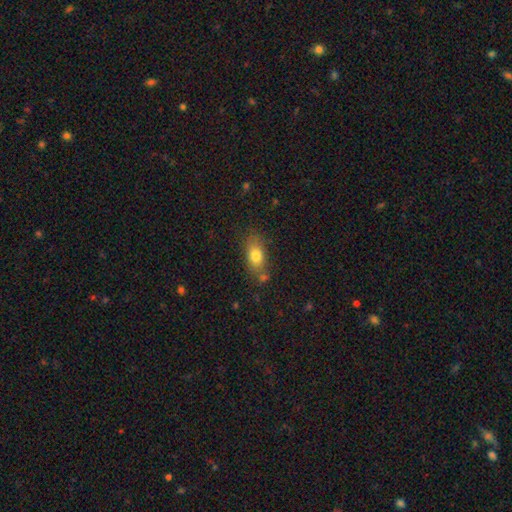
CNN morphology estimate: The model was most divided on "merging": none: 67%, minor disturbance: 19%, merger: 9%, major disturbance: 5%. More confident: how rounded — in between (80%); smooth or featured — smooth (79%).